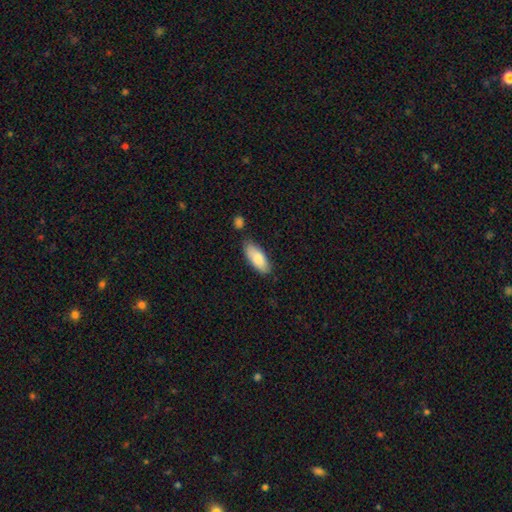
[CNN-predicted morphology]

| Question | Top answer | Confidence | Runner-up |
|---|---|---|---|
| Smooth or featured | smooth | 85% | featured or disk (9%) |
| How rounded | in between | 80% | cigar-shaped (18%) |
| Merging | none | 74% | minor disturbance (17%) |